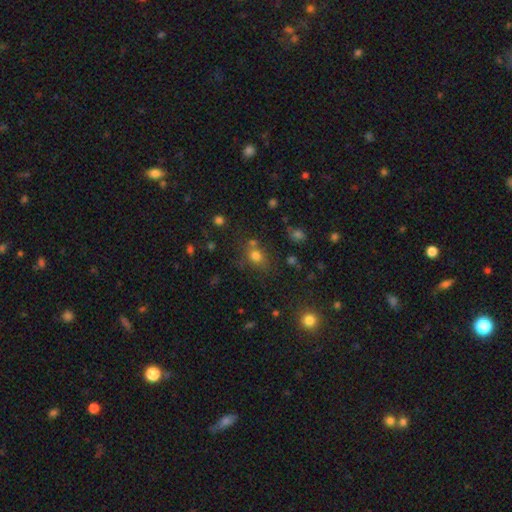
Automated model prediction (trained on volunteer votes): A smooth galaxy with no disk features (73%) that is round (55%). Merging: none (62%).